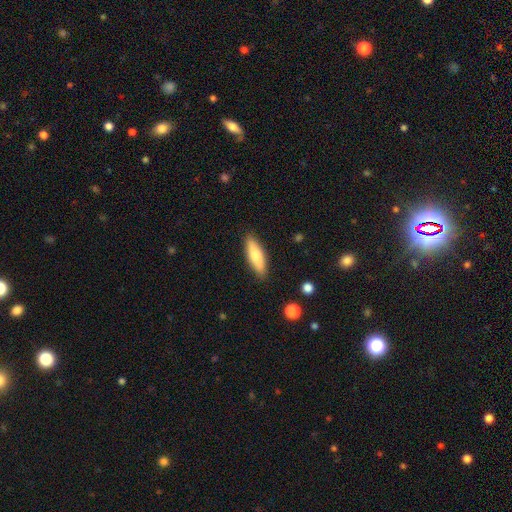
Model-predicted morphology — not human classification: type=smooth (71%); roundness=in between (51%); merging=none (87%).